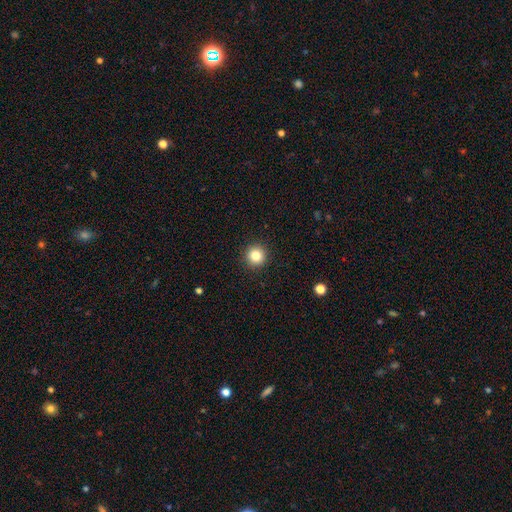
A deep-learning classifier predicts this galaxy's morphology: Q: Smooth or featured?
A: smooth (84%); runner-up: star or artifact (11%)
Q: How rounded?
A: round (95%); runner-up: in between (4%)
Q: Merging?
A: none (93%); runner-up: minor disturbance (4%)